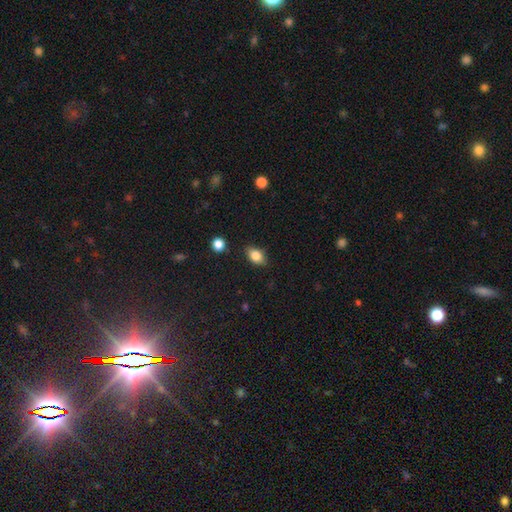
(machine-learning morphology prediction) A smooth galaxy with no disk features (83%) that is in between round and cigar-shaped (80%). Merging: none (82%).